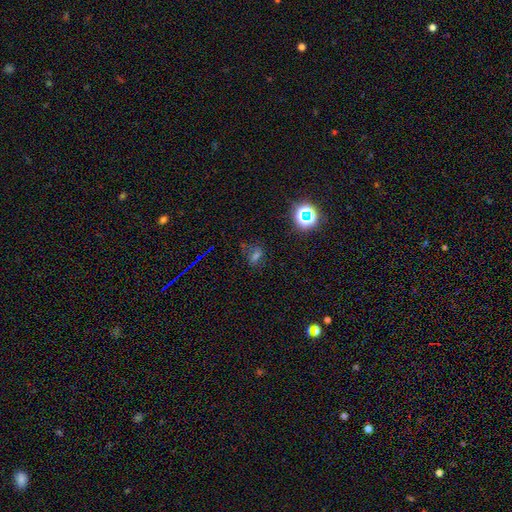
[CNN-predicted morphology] This appears to be a star or artifact, not a galaxy (41%, tied with smooth).